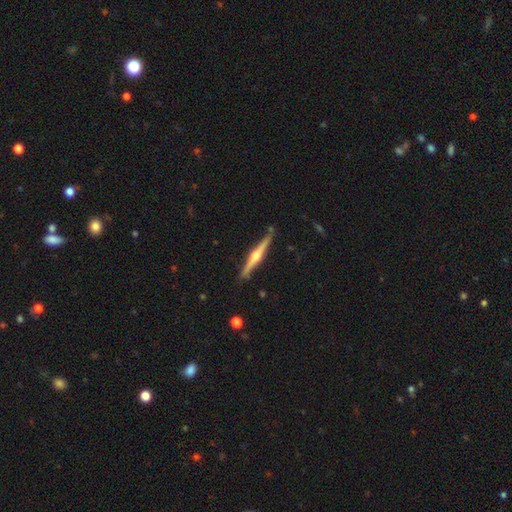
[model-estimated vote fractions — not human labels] Smooth or featured? Predicted: featured or disk (p=0.80). Edge-on disk? Predicted: yes (p=0.98). Edge-on bulge? Predicted: rounded (p=0.94). Merging? Predicted: none (p=0.86).